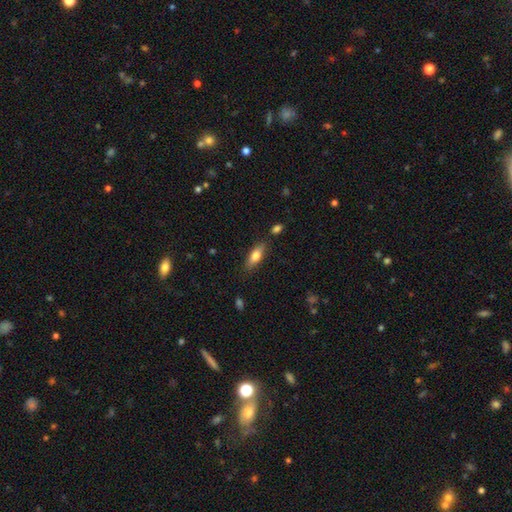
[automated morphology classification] The model was most divided on "how rounded": in between: 61%, cigar-shaped: 36%, round: 3%. More confident: merging — none (81%); smooth or featured — smooth (68%).